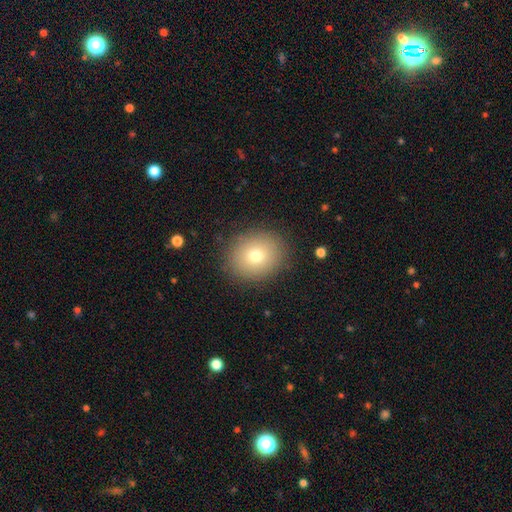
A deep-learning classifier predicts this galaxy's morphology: Q: Smooth or featured?
A: smooth (74%); runner-up: featured or disk (13%)
Q: How rounded?
A: round (70%); runner-up: in between (29%)
Q: Merging?
A: none (87%); runner-up: minor disturbance (8%)